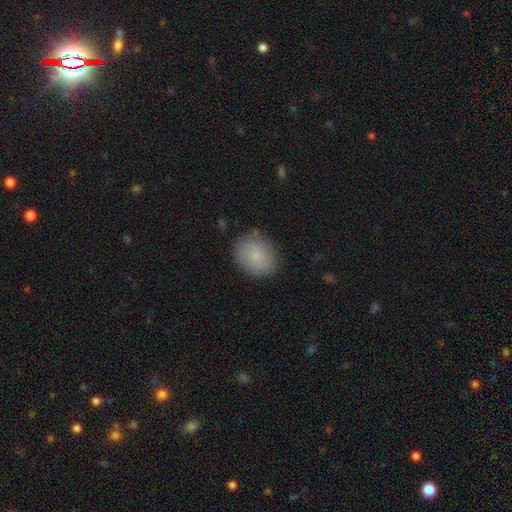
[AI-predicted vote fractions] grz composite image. It shows a smooth galaxy with no disk features (82%) that is round (57%). Merging: none (82%).